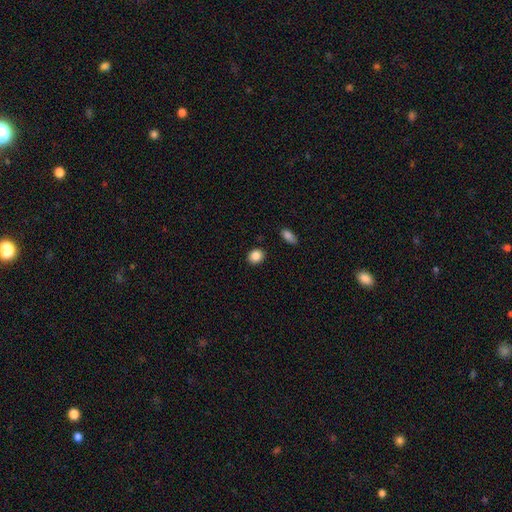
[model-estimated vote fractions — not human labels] Smooth or featured?
  - smooth: 87% *
  - star or artifact: 9%
  - featured or disk: 4%
How rounded?
  - round: 68% *
  - in between: 31%
  - cigar-shaped: 1%
Merging?
  - none: 89% *
  - minor disturbance: 7%
  - major disturbance: 2%
  - merger: 2%